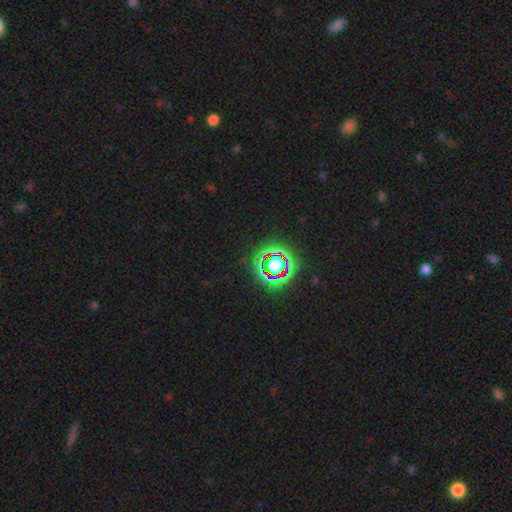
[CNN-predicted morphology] A star or artifact, not a galaxy (75%).

Vote fractions:
- Smooth or featured? star or artifact: 75% / smooth: 17% / featured or disk: 8%